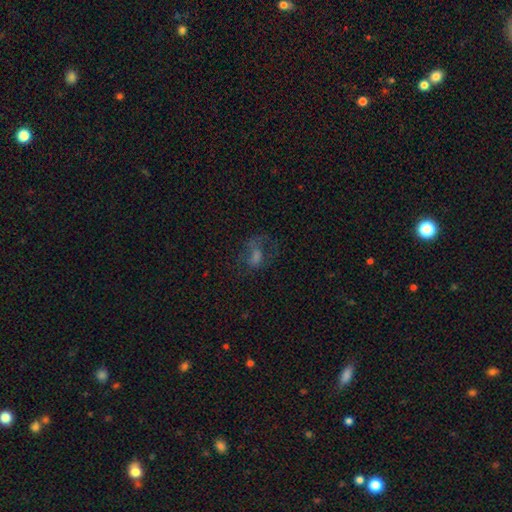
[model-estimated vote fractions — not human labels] The model was most divided on "smooth or featured": featured or disk: 41%, smooth: 33%, star or artifact: 27%. Remaining: merging — none (44%).